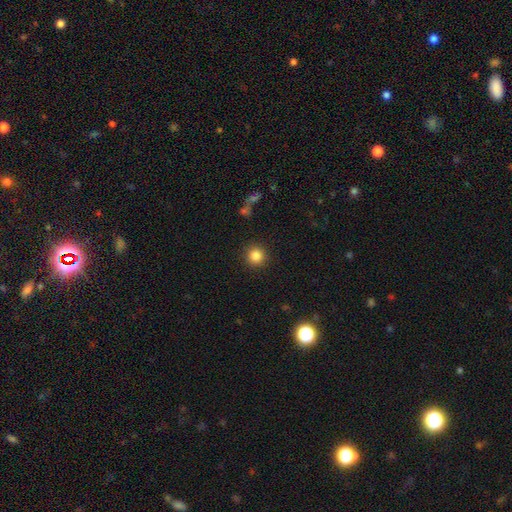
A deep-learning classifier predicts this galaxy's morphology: The model was most divided on "smooth or featured": smooth: 85%, star or artifact: 11%, featured or disk: 4%. More confident: how rounded — round (94%); merging — none (90%).